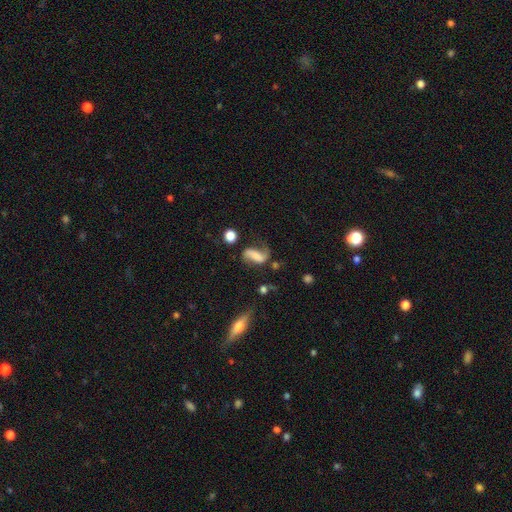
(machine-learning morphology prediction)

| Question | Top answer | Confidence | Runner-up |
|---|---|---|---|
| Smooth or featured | featured or disk | 65% | smooth (25%) |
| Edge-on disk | no | 95% | yes (5%) |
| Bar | no | 37% | weak (33%) |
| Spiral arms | yes | 91% | no (9%) |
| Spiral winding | loose | 71% | medium (22%) |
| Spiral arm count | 2 | 85% | 1 (9%) |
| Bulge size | none | 43% | small (26%) |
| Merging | none | 52% | minor disturbance (22%) |